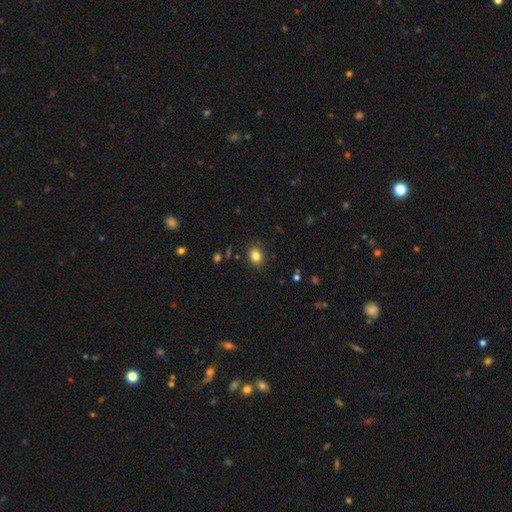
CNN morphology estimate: smooth_or_featured: smooth (p=0.83) [alt: star or artifact p=0.10]
how_rounded: in between (p=0.54) [alt: round p=0.45]
merging: none (p=0.87) [alt: minor disturbance p=0.09]